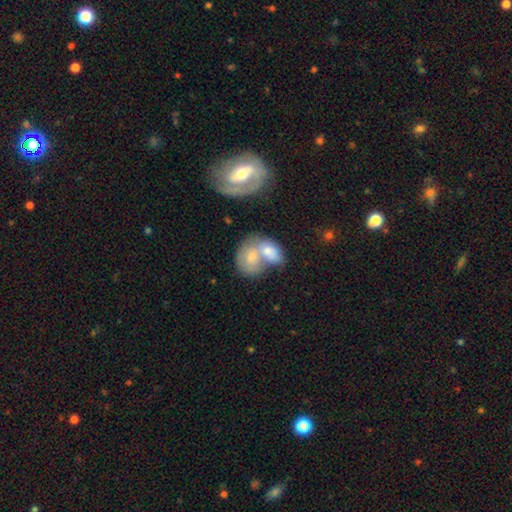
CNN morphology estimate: Overall: featured or disk (46%; smooth 44%). Merging: merger (65%).